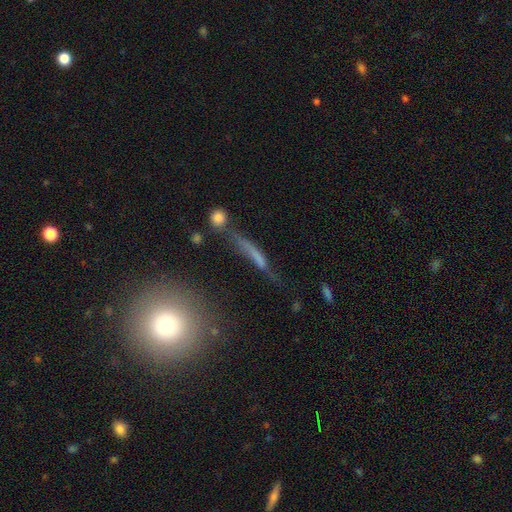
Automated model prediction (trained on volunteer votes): Smooth or featured?
  - smooth: 44% *
  - featured or disk: 41%
  - star or artifact: 15%
Merging?
  - none: 50% *
  - minor disturbance: 22%
  - major disturbance: 16%
  - merger: 12%